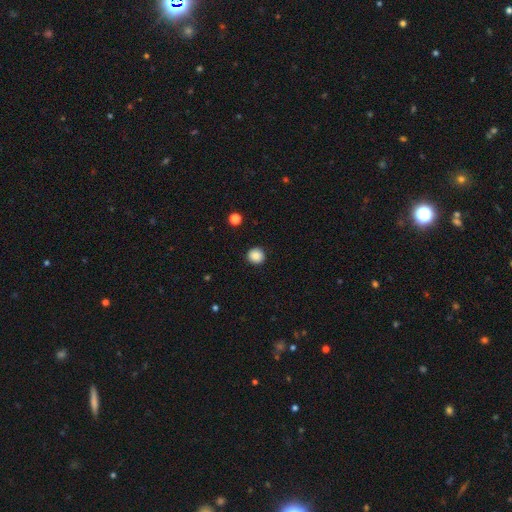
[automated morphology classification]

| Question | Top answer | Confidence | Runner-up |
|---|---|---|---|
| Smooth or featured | smooth | 88% | star or artifact (9%) |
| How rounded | round | 91% | in between (8%) |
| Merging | none | 92% | minor disturbance (5%) |